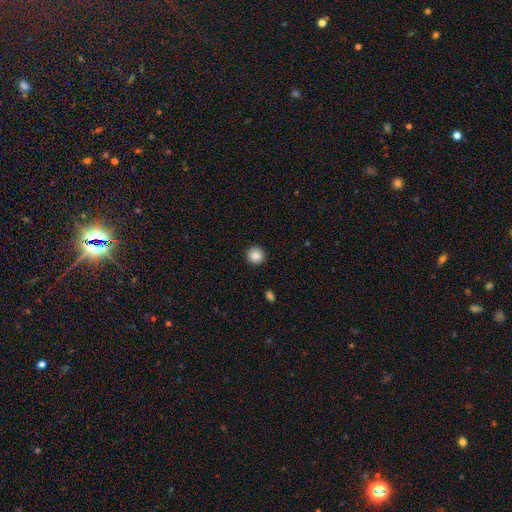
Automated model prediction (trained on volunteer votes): A smooth galaxy with no disk features (86%) that is round (95%).

Vote fractions:
- Smooth or featured? smooth: 86% / star or artifact: 9% / featured or disk: 5%
- How rounded? round: 95% / in between: 4% / cigar-shaped: 1%
- Merging? none: 92% / minor disturbance: 5% / major disturbance: 2% / merger: 1%